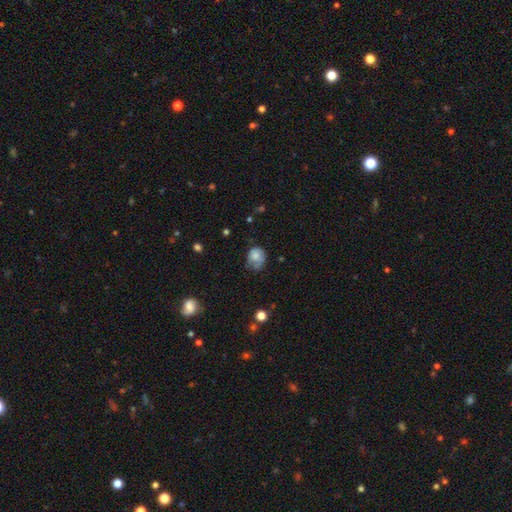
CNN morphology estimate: The model was most divided on "merging": none: 39%, minor disturbance: 37%, major disturbance: 20%, merger: 4%. More confident: smooth or featured — smooth (73%); how rounded — round (60%).